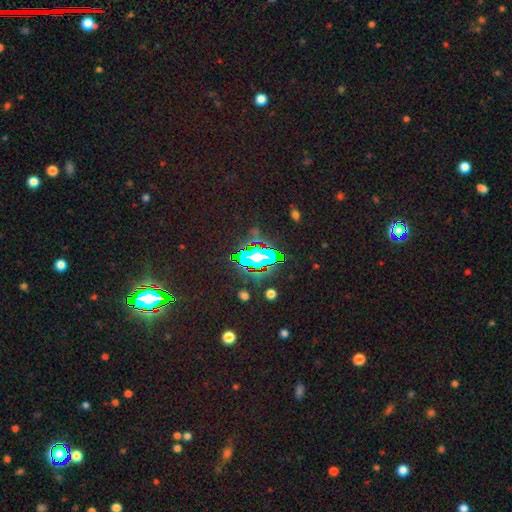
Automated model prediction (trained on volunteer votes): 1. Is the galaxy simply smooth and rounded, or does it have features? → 76% star or artifact, 14% smooth, 10% featured or disk.